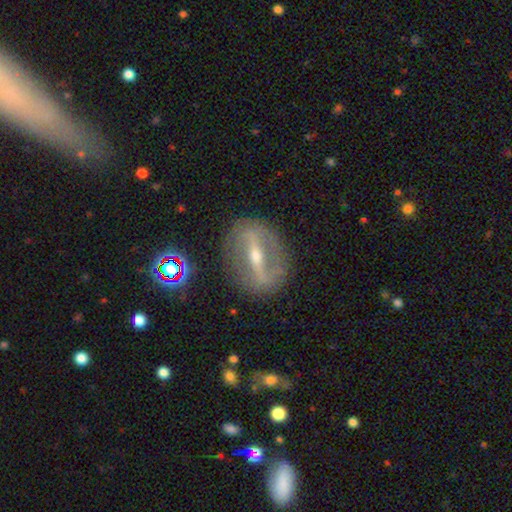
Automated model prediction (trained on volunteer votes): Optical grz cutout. It shows a featured or disk galaxy (81%) with a strong bar (82%), no spiral arms (58%) and a small central bulge (54%). Merging: none (82%).